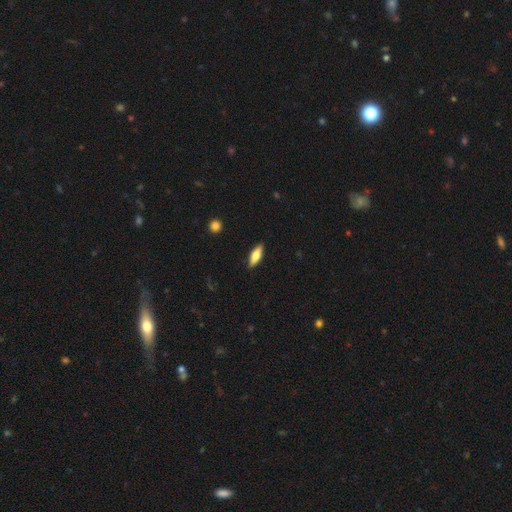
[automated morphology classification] Q: Smooth or featured?
A: smooth (67%); runner-up: featured or disk (27%)
Q: How rounded?
A: in between (62%); runner-up: cigar-shaped (36%)
Q: Merging?
A: none (88%); runner-up: minor disturbance (9%)